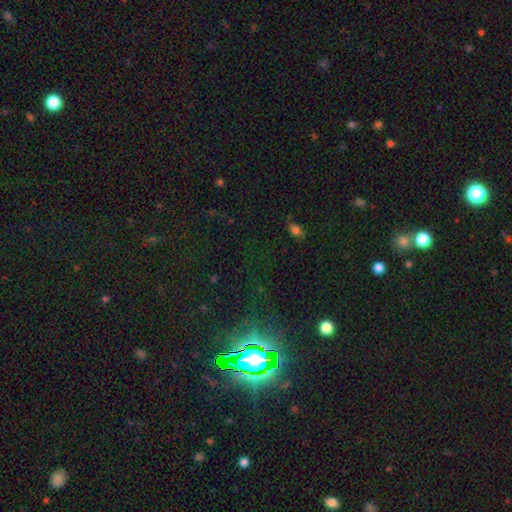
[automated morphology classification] Smooth or featured: star or artifact — 81% (smooth — 11%)